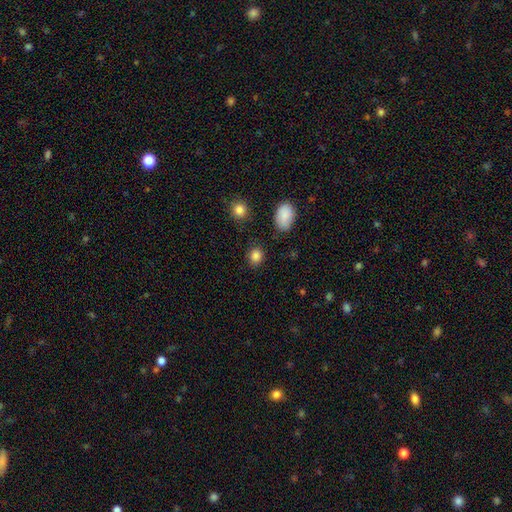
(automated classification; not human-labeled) A smooth galaxy with no disk features (86%) that is round (62%).

Vote fractions:
- Smooth or featured? smooth: 86% / star or artifact: 11% / featured or disk: 4%
- How rounded? round: 62% / in between: 37% / cigar-shaped: 1%
- Merging? none: 85% / minor disturbance: 10% / major disturbance: 3% / merger: 2%